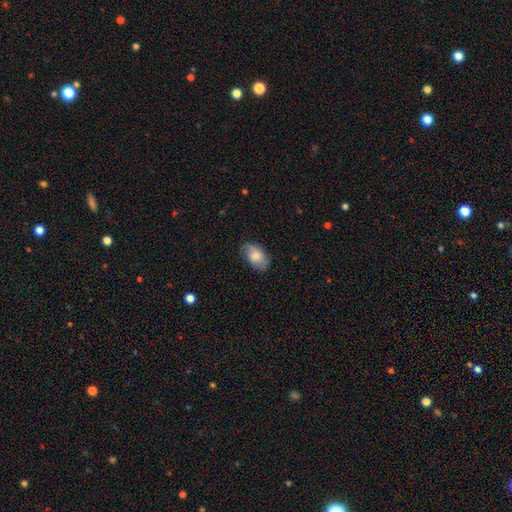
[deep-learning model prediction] smooth 64%, featured or disk 28%, star or artifact 7%. Down the decision tree: how rounded — in between (90%); merging — none (67%).